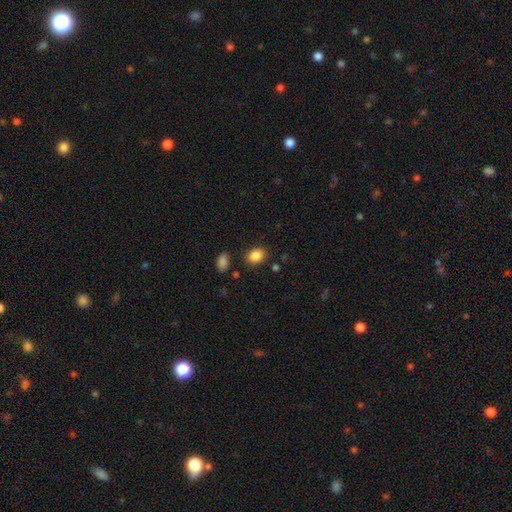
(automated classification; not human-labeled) Smooth or featured?
  - smooth: 87% *
  - star or artifact: 9%
  - featured or disk: 4%
How rounded?
  - in between: 74% *
  - round: 25%
  - cigar-shaped: 1%
Merging?
  - none: 84% *
  - minor disturbance: 10%
  - major disturbance: 3%
  - merger: 3%